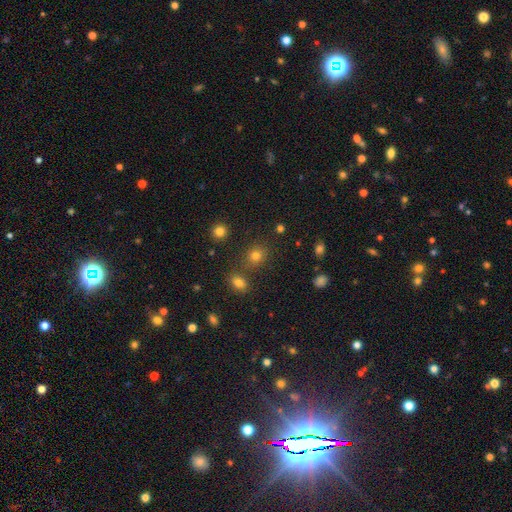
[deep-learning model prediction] Smooth or featured?
  - smooth: 78% *
  - star or artifact: 15%
  - featured or disk: 7%
How rounded?
  - round: 72% *
  - in between: 27%
  - cigar-shaped: 1%
Merging?
  - none: 77% *
  - merger: 10%
  - minor disturbance: 9%
  - major disturbance: 4%